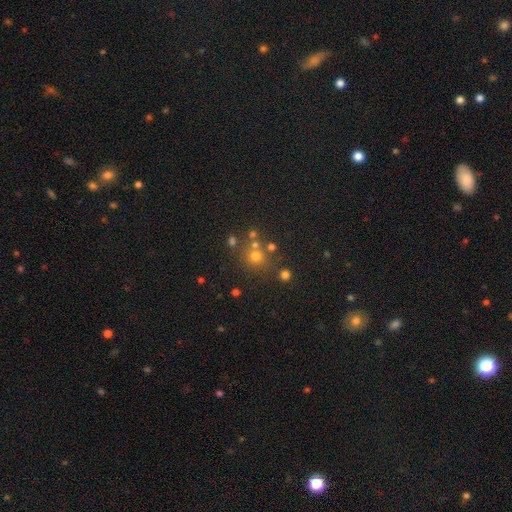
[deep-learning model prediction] A smooth galaxy with no disk features (62%) that is round (87%).

Vote fractions:
- Smooth or featured? smooth: 62% / star or artifact: 26% / featured or disk: 11%
- How rounded? round: 87% / in between: 13% / cigar-shaped: 1%
- Merging? none: 67% / merger: 19% / minor disturbance: 10% / major disturbance: 4%